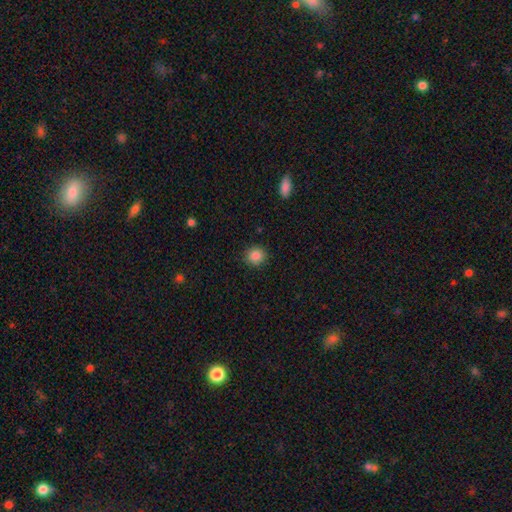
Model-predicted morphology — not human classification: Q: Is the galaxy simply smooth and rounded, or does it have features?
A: smooth — 85%.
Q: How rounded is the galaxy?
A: round — 89%.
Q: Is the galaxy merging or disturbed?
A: none — 90%.